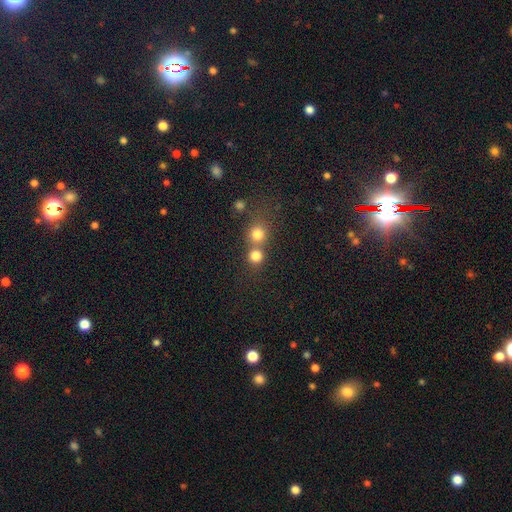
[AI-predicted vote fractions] This is likely a smooth galaxy (79%). How rounded: clearly round (89%). Merging: possibly none (49%).